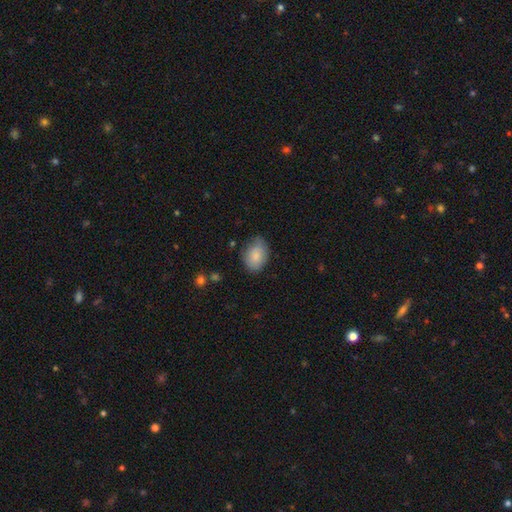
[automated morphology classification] This is clearly a smooth galaxy (85%). How rounded: clearly in between (80%). Merging: likely none (69%).